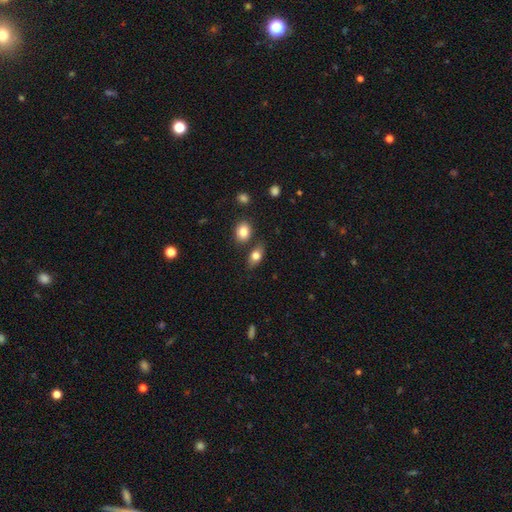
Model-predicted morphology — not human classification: The model was most divided on "merging": none: 71%, minor disturbance: 14%, merger: 12%, major disturbance: 3%. More confident: how rounded — in between (78%); smooth or featured — smooth (77%).